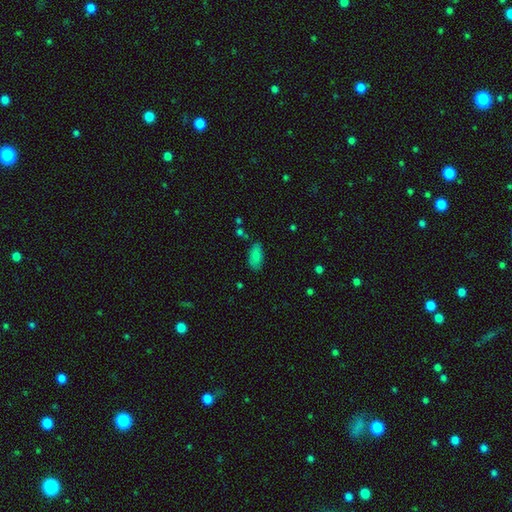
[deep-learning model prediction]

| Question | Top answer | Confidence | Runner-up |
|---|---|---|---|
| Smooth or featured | smooth | 84% | star or artifact (9%) |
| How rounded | in between | 92% | cigar-shaped (6%) |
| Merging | none | 76% | minor disturbance (17%) |